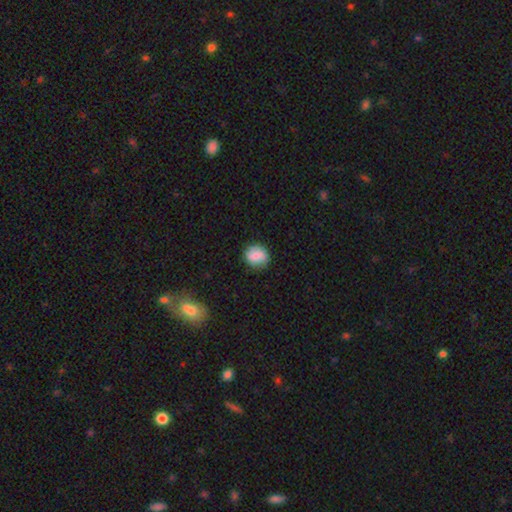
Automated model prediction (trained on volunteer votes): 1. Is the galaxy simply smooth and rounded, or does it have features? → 79% smooth, 12% featured or disk, 8% star or artifact.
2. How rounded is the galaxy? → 81% round, 18% in between, 1% cigar-shaped.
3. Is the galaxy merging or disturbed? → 83% none, 13% minor disturbance, 3% major disturbance, 1% merger.